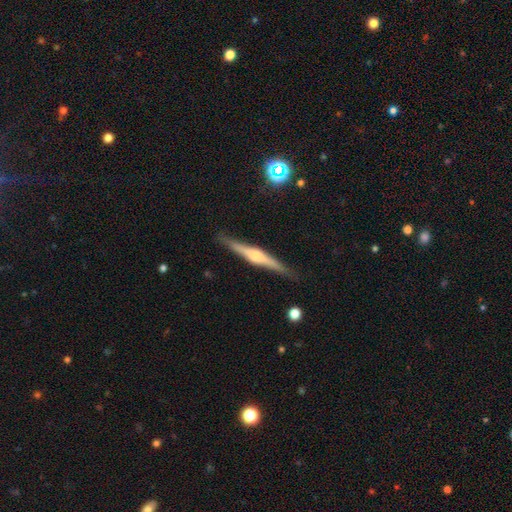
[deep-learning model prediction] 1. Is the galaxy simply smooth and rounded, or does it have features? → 73% featured or disk, 21% smooth, 6% star or artifact.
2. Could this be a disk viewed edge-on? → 98% yes, 2% no.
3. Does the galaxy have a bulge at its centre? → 77% rounded, 16% boxy, 6% none.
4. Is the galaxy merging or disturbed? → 89% none, 8% minor disturbance, 2% major disturbance, 1% merger.